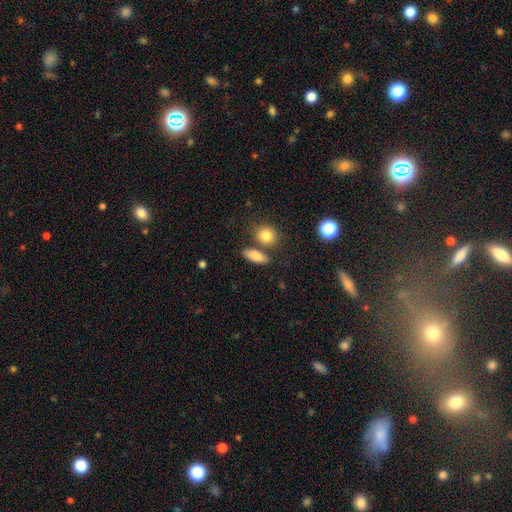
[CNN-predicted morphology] smooth-or-featured: smooth: 84% | featured or disk: 8% | star or artifact: 8%
  how-rounded: in between: 71% | cigar-shaped: 16% | round: 14%
  merging: none: 68% | merger: 16% | minor disturbance: 12% | major disturbance: 4%